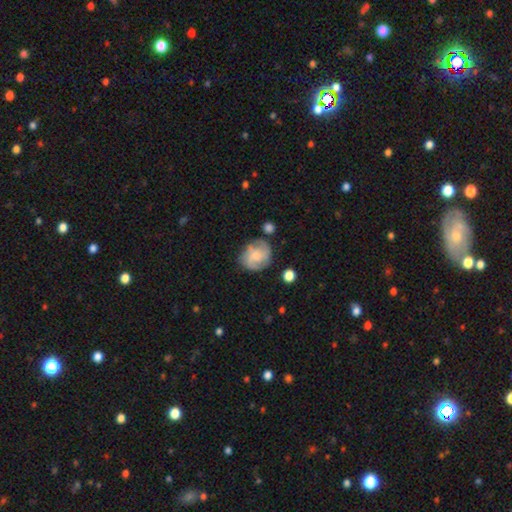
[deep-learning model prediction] smooth_or_featured: featured or disk (p=0.55) [alt: smooth p=0.37]
disk_edge_on: no (p=0.98) [alt: yes p=0.02]
bar: no (p=0.65) [alt: weak p=0.31]
has_spiral_arms: yes (p=0.86) [alt: no p=0.14]
bulge_size: small (p=0.36) [alt: moderate p=0.33]
merging: none (p=0.68) [alt: minor disturbance p=0.19]